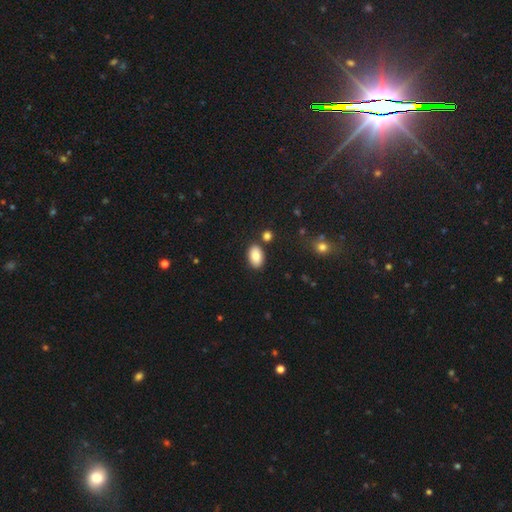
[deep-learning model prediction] A smooth galaxy with no disk features (84%) that is in between round and cigar-shaped (92%).

Vote fractions:
- Smooth or featured? smooth: 84% / featured or disk: 9% / star or artifact: 7%
- How rounded? in between: 92% / round: 7% / cigar-shaped: 1%
- Merging? none: 83% / minor disturbance: 9% / merger: 5% / major disturbance: 2%